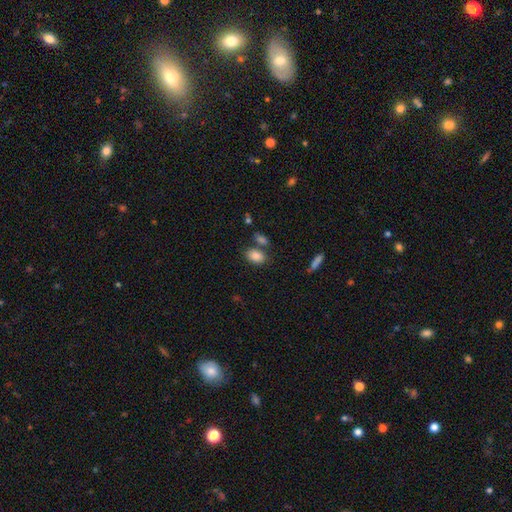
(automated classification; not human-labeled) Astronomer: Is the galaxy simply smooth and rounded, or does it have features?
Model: smooth — 86%.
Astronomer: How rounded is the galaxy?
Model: in between — 88%.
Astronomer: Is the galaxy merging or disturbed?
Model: none — 65%.